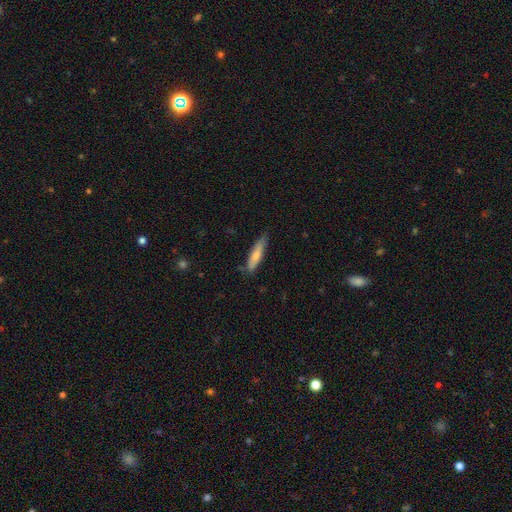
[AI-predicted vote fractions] Smooth or featured? smooth (70%)
How rounded? cigar-shaped (78%)
Merging? none (76%)